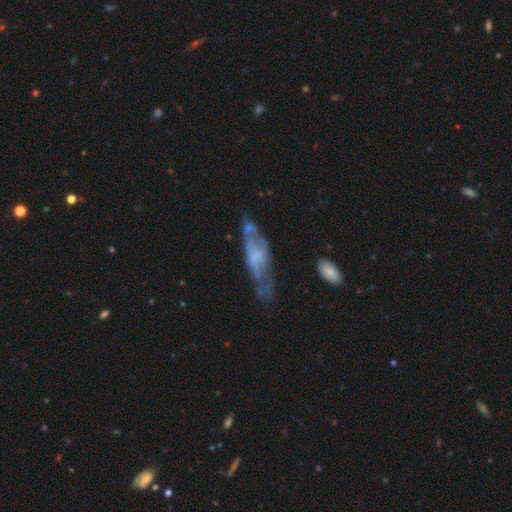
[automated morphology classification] The model was most divided on "merging": none: 46%, minor disturbance: 26%, major disturbance: 20%, merger: 8%. More confident: edge-on disk — no (65%); smooth or featured — featured or disk (61%).